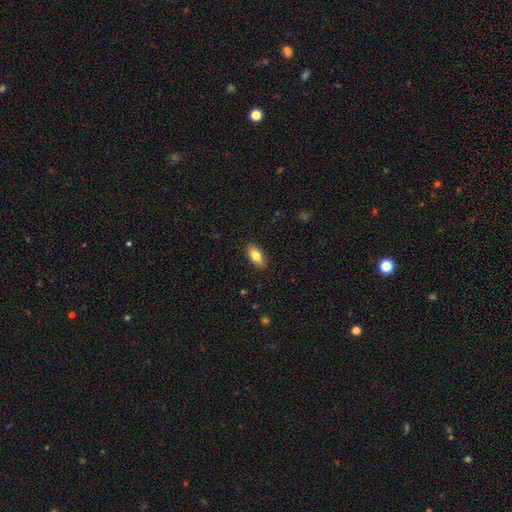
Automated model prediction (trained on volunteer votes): A smooth galaxy with no disk features (81%) that is in between round and cigar-shaped (91%).

Vote fractions:
- Smooth or featured? smooth: 81% / featured or disk: 12% / star or artifact: 7%
- How rounded? in between: 91% / cigar-shaped: 4% / round: 4%
- Merging? none: 90% / minor disturbance: 8% / major disturbance: 2% / merger: 1%